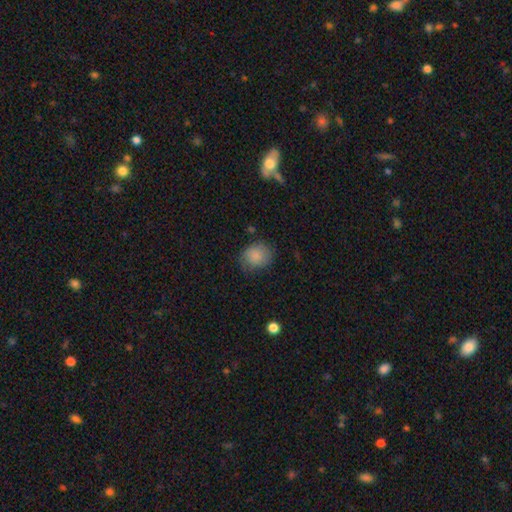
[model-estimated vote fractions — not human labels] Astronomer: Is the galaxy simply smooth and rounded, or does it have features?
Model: smooth — 85%.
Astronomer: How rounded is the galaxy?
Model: round — 68%.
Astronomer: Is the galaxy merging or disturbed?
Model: none — 69%.